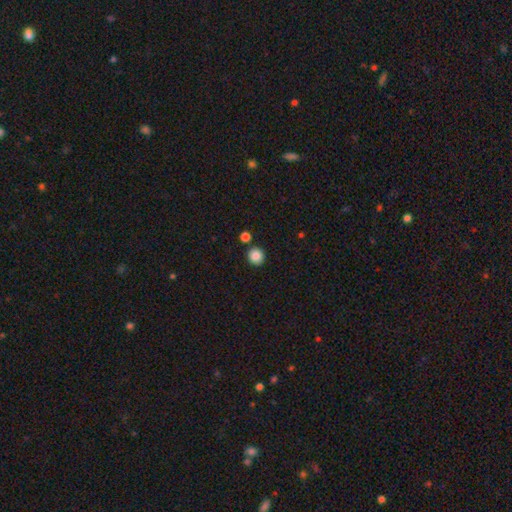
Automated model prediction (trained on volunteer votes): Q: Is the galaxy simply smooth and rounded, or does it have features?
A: smooth — 87%.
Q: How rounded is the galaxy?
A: round — 94%.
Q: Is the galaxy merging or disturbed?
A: none — 87%.